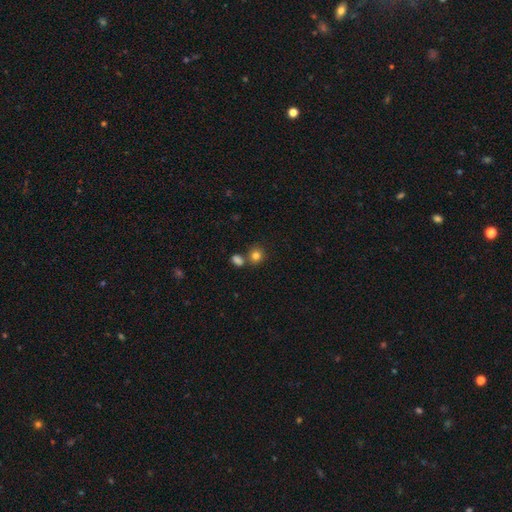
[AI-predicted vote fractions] A smooth galaxy with no disk features (82%) that is round (82%). Merging: none (67%).